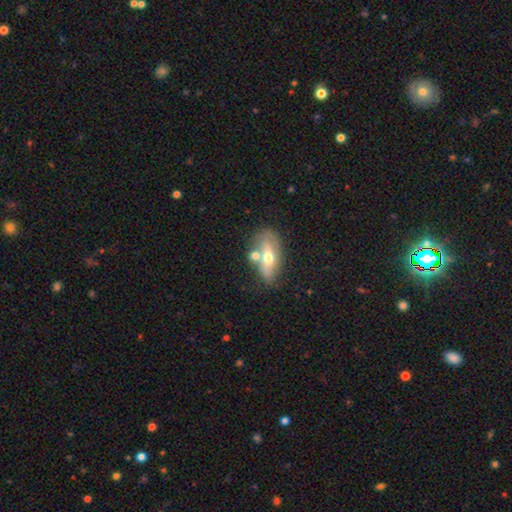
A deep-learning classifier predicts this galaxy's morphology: The model was most divided on "smooth or featured": smooth: 48%, featured or disk: 44%, star or artifact: 8%. Remaining: merging — none (44%).